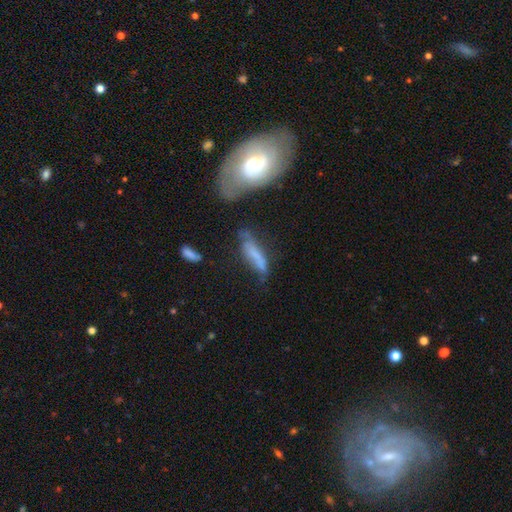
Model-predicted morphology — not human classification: Smooth or featured? smooth (55%)
How rounded? cigar-shaped (69%)
Merging? none (42%)